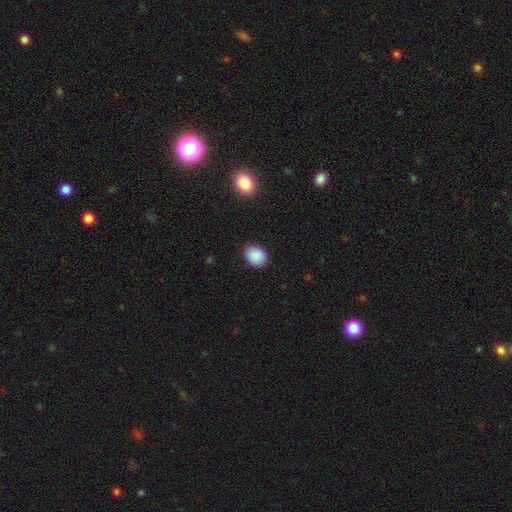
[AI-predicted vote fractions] A smooth galaxy with no disk features (88%) that is in between round and cigar-shaped (58%).

Vote fractions:
- Smooth or featured? smooth: 88% / star or artifact: 8% / featured or disk: 4%
- How rounded? in between: 58% / round: 41% / cigar-shaped: 1%
- Merging? none: 87% / minor disturbance: 9% / major disturbance: 2% / merger: 1%